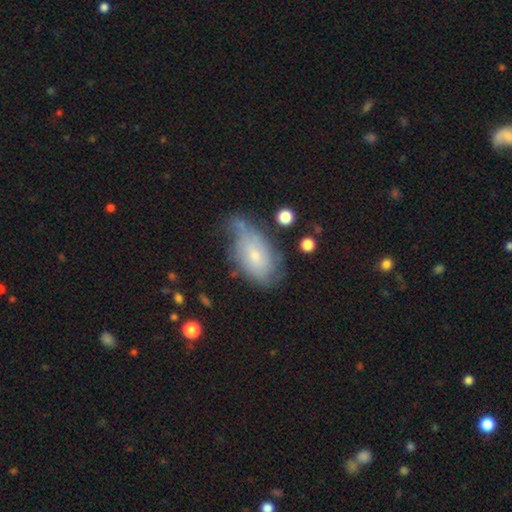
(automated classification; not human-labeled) Smooth or featured: smooth — 51% (featured or disk — 41%)
How rounded: in between — 90% (round — 6%)
Merging: none — 43% (minor disturbance — 34%)